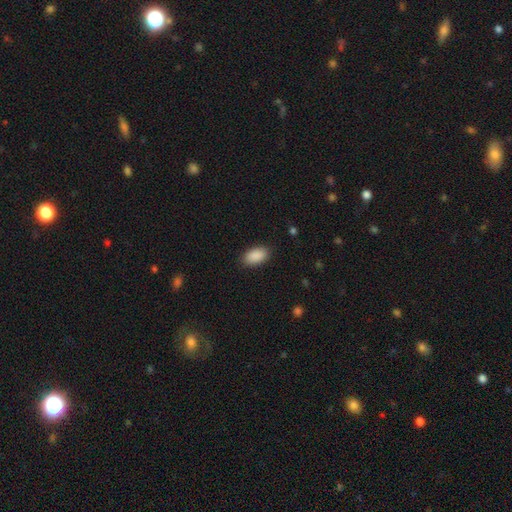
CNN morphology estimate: Smooth or featured: smooth — 90% (star or artifact — 7%)
How rounded: in between — 94% (round — 4%)
Merging: none — 88% (minor disturbance — 9%)